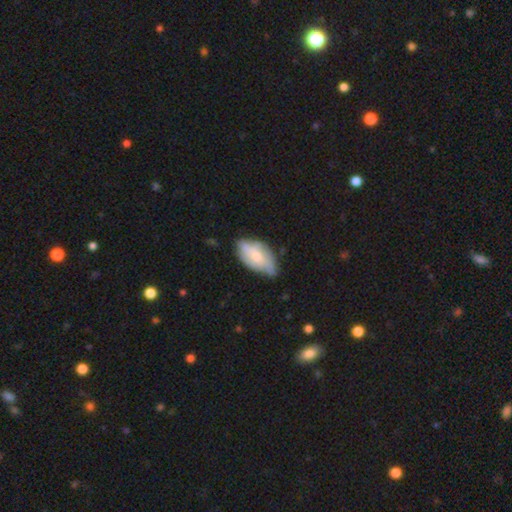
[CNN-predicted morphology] Q: Smooth or featured?
A: featured or disk (47%); tied with: smooth (47%)
Q: Merging?
A: none (53%); runner-up: minor disturbance (36%)